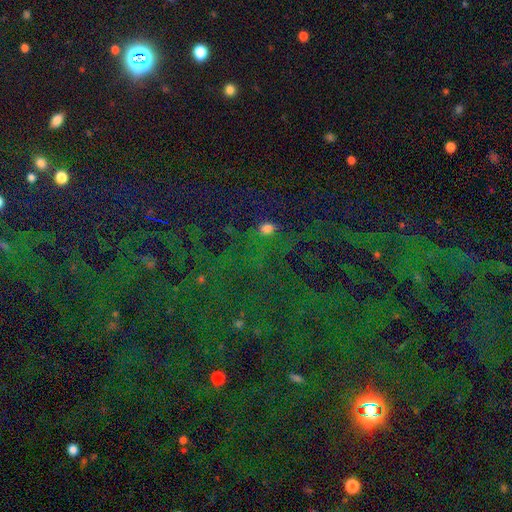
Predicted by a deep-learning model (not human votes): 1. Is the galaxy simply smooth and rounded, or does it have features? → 78% star or artifact, 13% smooth, 8% featured or disk.